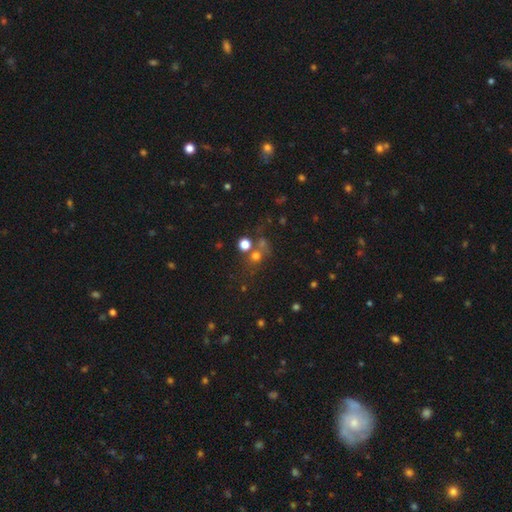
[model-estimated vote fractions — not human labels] Q: Smooth or featured?
A: smooth (62%); runner-up: star or artifact (27%)
Q: How rounded?
A: round (86%); runner-up: in between (13%)
Q: Merging?
A: none (60%); runner-up: merger (25%)